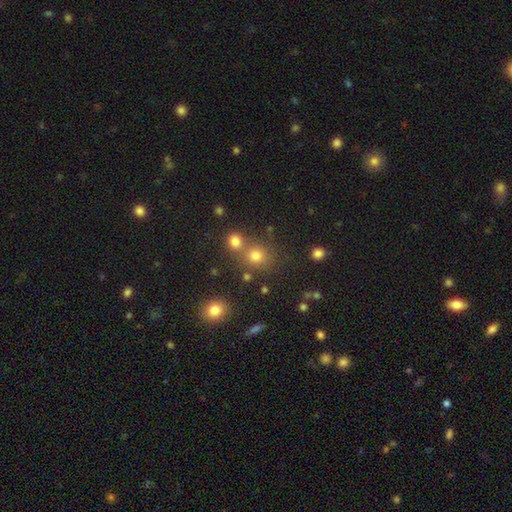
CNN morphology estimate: Overall: smooth (75%). How rounded: round (84%). Merging: none (59%; merger 29%).